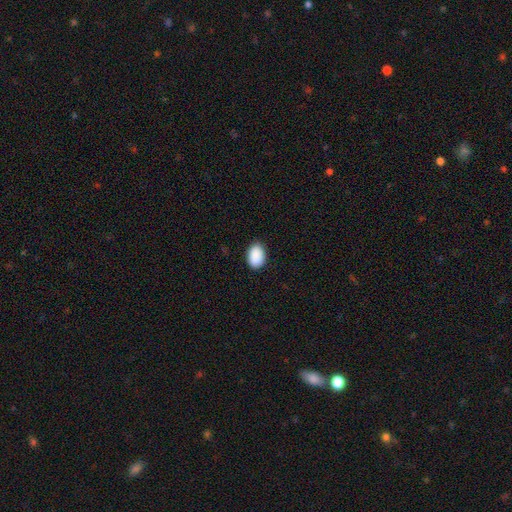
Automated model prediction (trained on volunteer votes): This is clearly a smooth galaxy (91%). How rounded: clearly in between (87%). Merging: clearly none (87%).